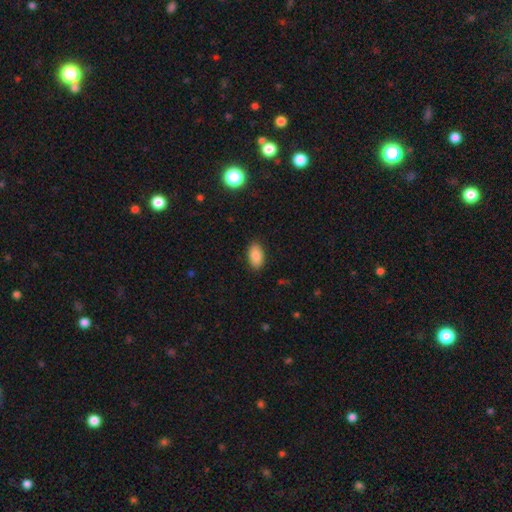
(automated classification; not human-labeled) This is clearly a smooth galaxy (87%). How rounded: clearly in between (94%). Merging: clearly none (88%).